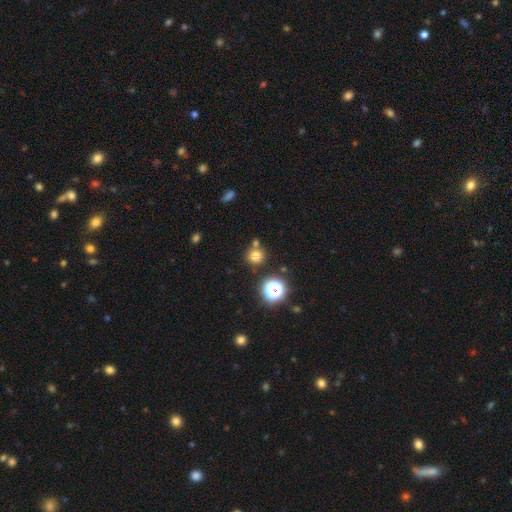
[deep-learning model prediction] A smooth galaxy with no disk features (75%) that is round (90%).

Vote fractions:
- Smooth or featured? smooth: 75% / star or artifact: 19% / featured or disk: 7%
- How rounded? round: 90% / in between: 9% / cigar-shaped: 1%
- Merging? none: 74% / merger: 13% / minor disturbance: 9% / major disturbance: 3%